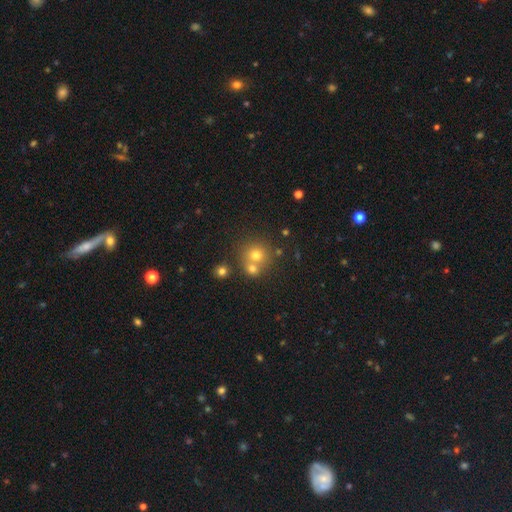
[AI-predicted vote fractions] smooth 70%, star or artifact 17%, featured or disk 14%. Down the decision tree: how rounded — round (88%); merging — none (52%).